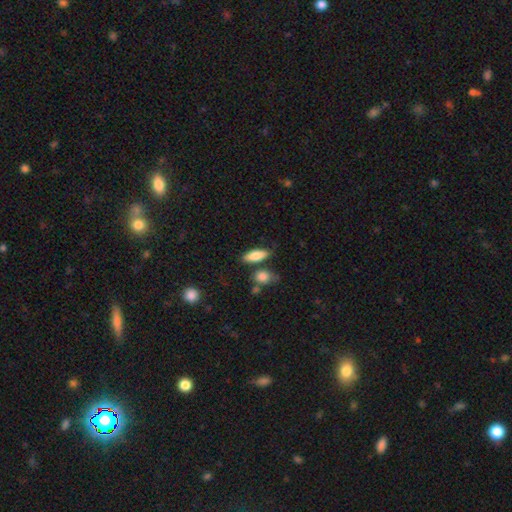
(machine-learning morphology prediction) Smooth or featured? smooth (82%)
How rounded? in between (69%)
Merging? none (71%)